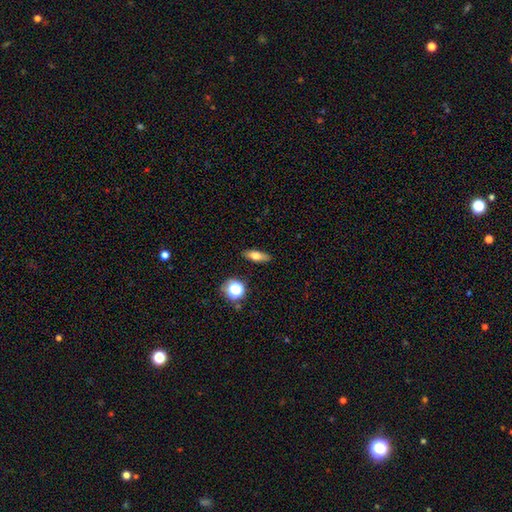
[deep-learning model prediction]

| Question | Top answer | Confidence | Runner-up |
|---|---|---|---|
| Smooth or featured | smooth | 67% | featured or disk (22%) |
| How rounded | in between | 59% | cigar-shaped (33%) |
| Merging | none | 88% | minor disturbance (8%) |